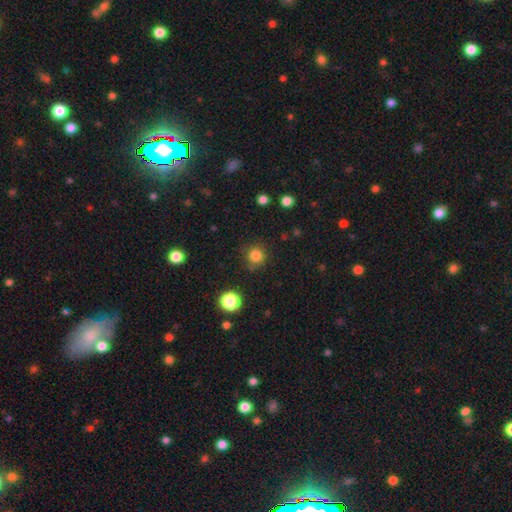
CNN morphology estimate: Smooth or featured? smooth (83%)
How rounded? round (93%)
Merging? none (85%)